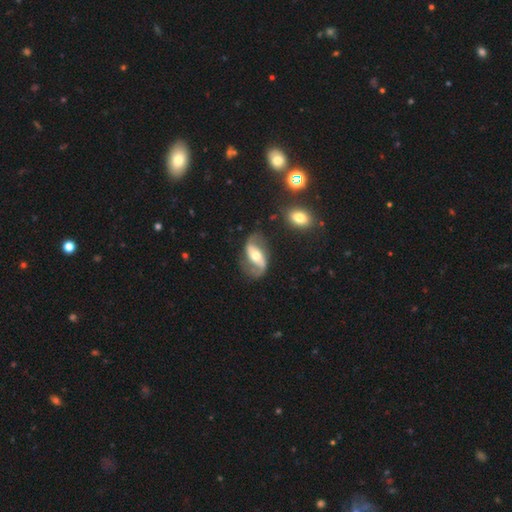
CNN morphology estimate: Smooth or featured? Predicted: featured or disk (p=0.86). Edge-on disk? Predicted: no (p=0.96). Bar? Predicted: strong (p=0.39). Spiral arms? Predicted: yes (p=0.94). Spiral winding? Predicted: loose (p=0.60). Spiral arm count? Predicted: 2 (p=0.92). Bulge size? Predicted: moderate (p=0.68). Merging? Predicted: none (p=0.73).